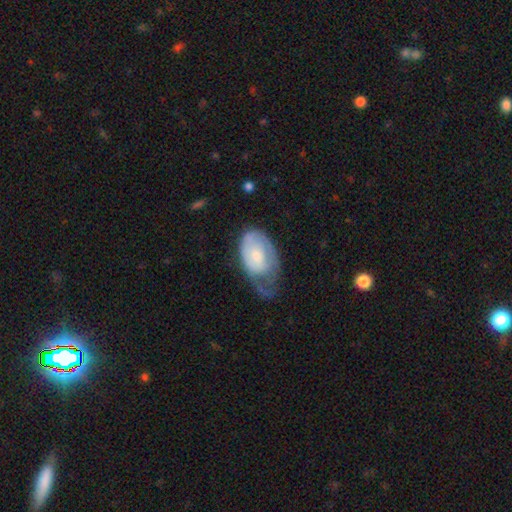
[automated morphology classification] Smooth or featured?
  - smooth: 48% *
  - featured or disk: 45%
  - star or artifact: 6%
Merging?
  - minor disturbance: 37% *
  - major disturbance: 36%
  - none: 25%
  - merger: 2%